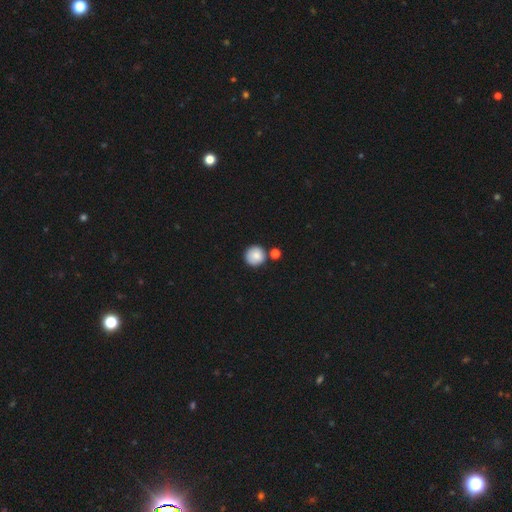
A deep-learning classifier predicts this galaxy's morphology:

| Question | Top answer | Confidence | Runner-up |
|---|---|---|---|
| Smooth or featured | smooth | 85% | star or artifact (8%) |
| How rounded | round | 94% | in between (5%) |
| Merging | none | 76% | merger (11%) |